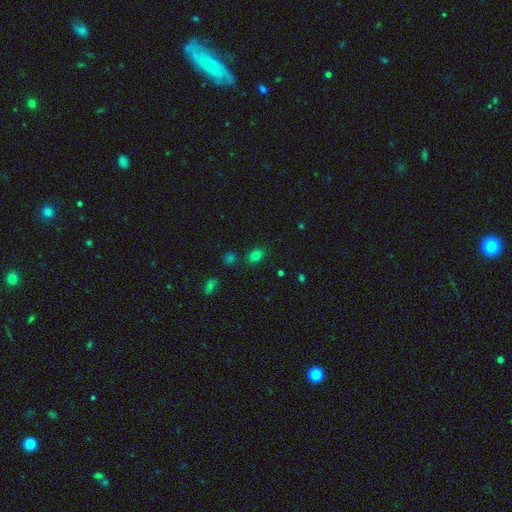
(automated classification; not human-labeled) Overall: smooth (78%). How rounded: in between (60%; round 39%). Merging: none (83%).